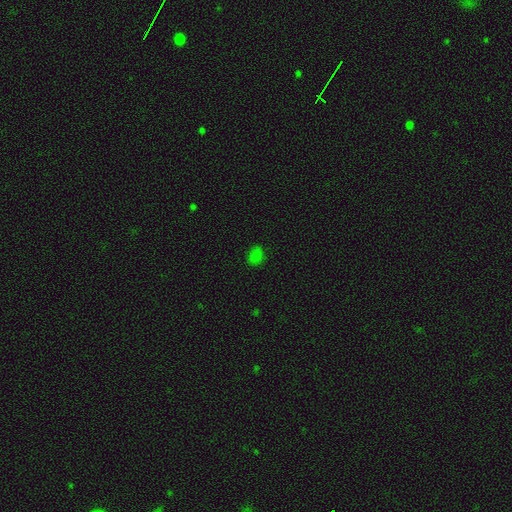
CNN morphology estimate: smooth 75%, star or artifact 21%, featured or disk 4%. Down the decision tree: how rounded — in between (60%); merging — none (81%).